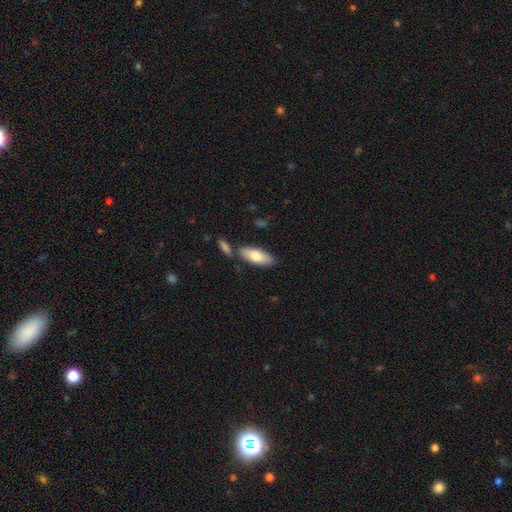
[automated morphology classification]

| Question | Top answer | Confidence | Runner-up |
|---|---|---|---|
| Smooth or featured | smooth | 75% | featured or disk (19%) |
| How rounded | in between | 74% | cigar-shaped (24%) |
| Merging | none | 74% | minor disturbance (12%) |